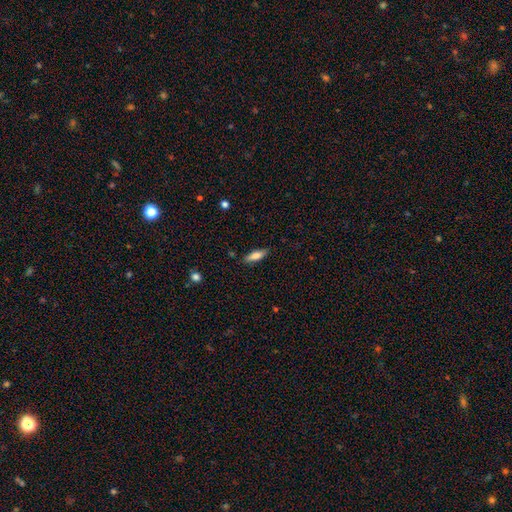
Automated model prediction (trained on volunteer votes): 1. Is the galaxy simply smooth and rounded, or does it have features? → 76% smooth, 18% featured or disk, 6% star or artifact.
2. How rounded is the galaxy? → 51% in between, 47% cigar-shaped, 2% round.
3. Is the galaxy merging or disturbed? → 85% none, 11% minor disturbance, 2% major disturbance, 1% merger.